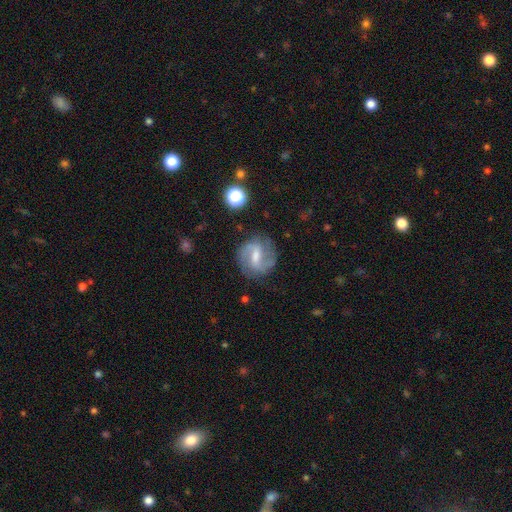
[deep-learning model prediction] Morphology: type=featured or disk (76%); edge-on=no (97%); bar=weak (52%); spiral arms=yes (92%); winding=medium (50%); arm count=2 (83%); bulge=moderate (44%); merging=none (75%).